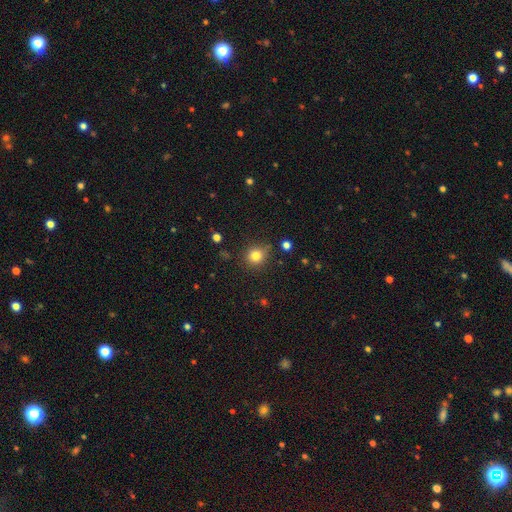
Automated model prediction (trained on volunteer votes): Morphology: type=smooth (81%); roundness=round (86%); merging=none (81%).